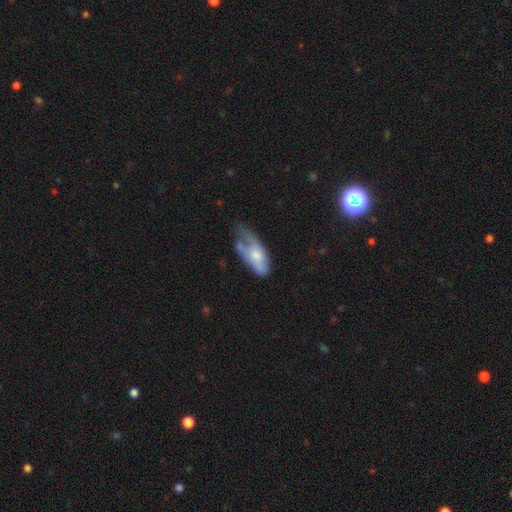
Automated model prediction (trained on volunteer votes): Smooth or featured? Predicted: smooth (p=0.51). How rounded? Predicted: in between (p=0.83). Merging? Predicted: major disturbance (p=0.38).